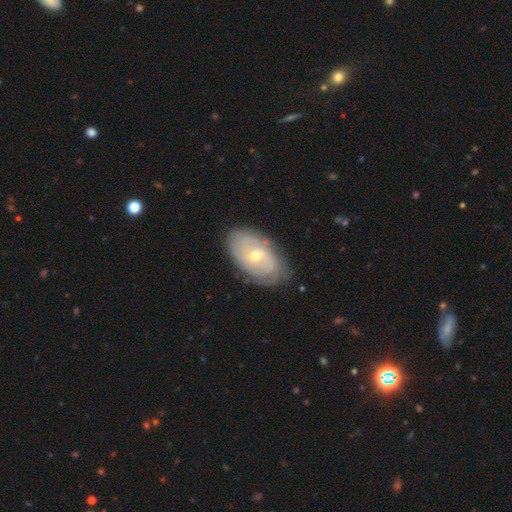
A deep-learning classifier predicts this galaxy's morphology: This appears to be a featured or disk galaxy (75%) with no bar (54%), tight (73%) spiral arms (86%) and a moderate central bulge (49%). Merging: none (79%).